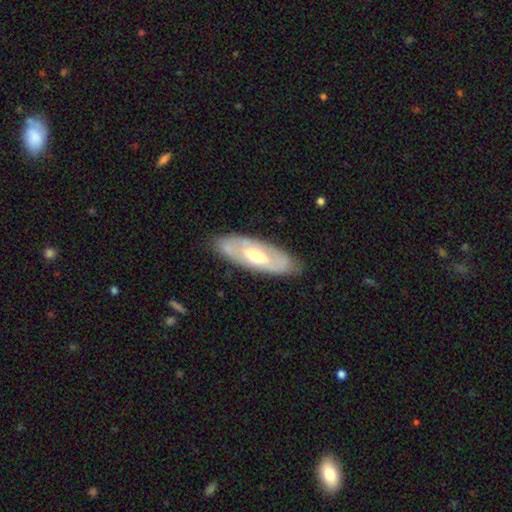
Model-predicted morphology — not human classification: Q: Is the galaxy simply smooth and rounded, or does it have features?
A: featured or disk — 60%.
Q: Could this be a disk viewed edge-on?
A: no — 79%.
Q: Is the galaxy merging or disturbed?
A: none — 81%.